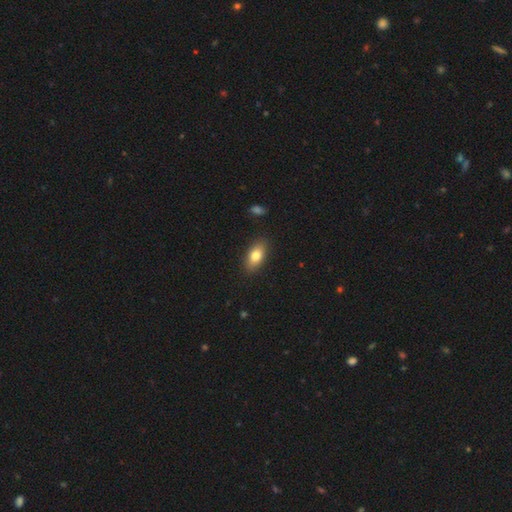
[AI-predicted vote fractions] smooth-or-featured: smooth: 79% | featured or disk: 14% | star or artifact: 7%
  how-rounded: in between: 86% | cigar-shaped: 8% | round: 6%
  merging: none: 87% | minor disturbance: 9% | major disturbance: 2% | merger: 1%